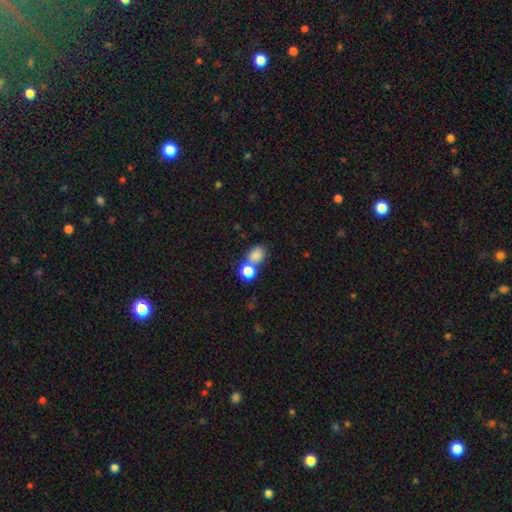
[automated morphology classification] Smooth or featured?
  - smooth: 81% *
  - star or artifact: 12%
  - featured or disk: 7%
How rounded?
  - round: 50% *
  - in between: 48%
  - cigar-shaped: 1%
Merging?
  - none: 44% *
  - merger: 41%
  - minor disturbance: 10%
  - major disturbance: 5%